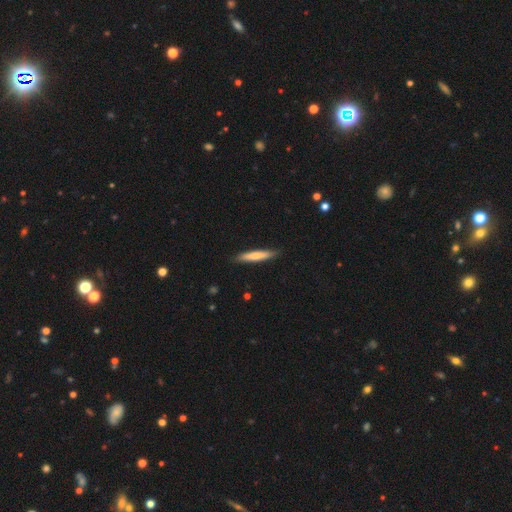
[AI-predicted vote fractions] Q: Smooth or featured?
A: smooth (70%); runner-up: featured or disk (25%)
Q: How rounded?
A: cigar-shaped (91%); runner-up: in between (8%)
Q: Merging?
A: none (88%); runner-up: minor disturbance (9%)